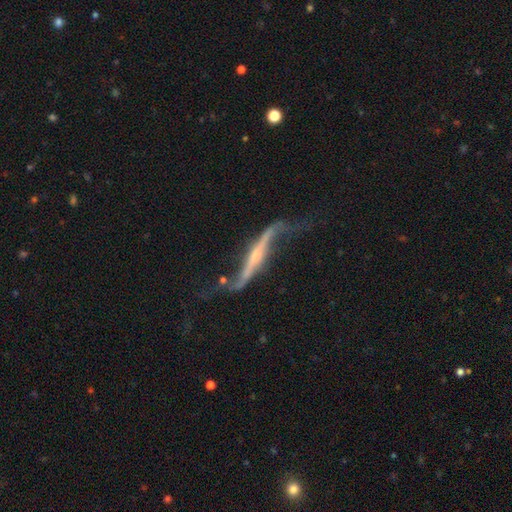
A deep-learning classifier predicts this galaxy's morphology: type=featured or disk (85%); edge-on=yes (55%); merging=none (50%).